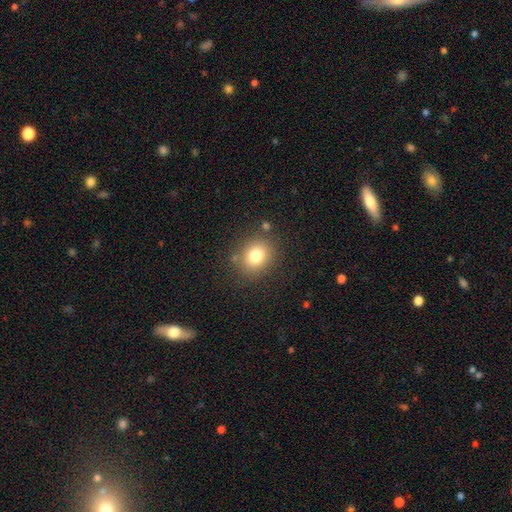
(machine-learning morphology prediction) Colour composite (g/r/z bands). It shows a smooth galaxy with no disk features (78%) that is round (71%). Merging: none (83%).